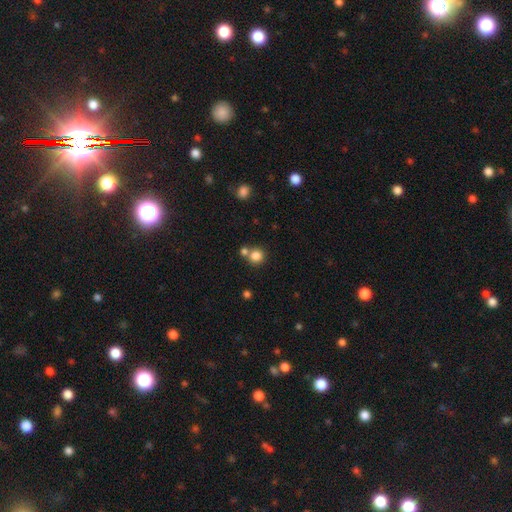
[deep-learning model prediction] Smooth or featured? Predicted: smooth (p=0.82). How rounded? Predicted: round (p=0.91). Merging? Predicted: none (p=0.63).